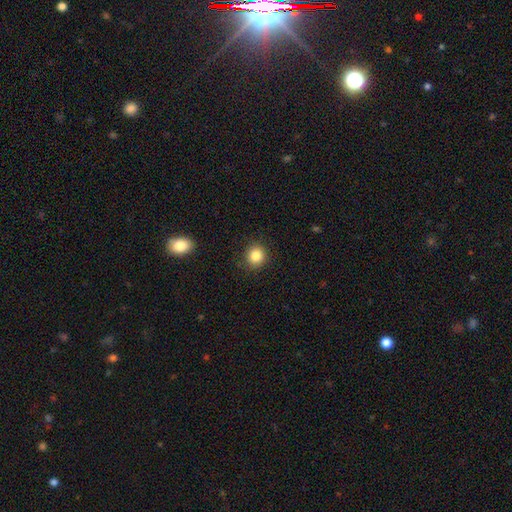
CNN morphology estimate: Overall: smooth (85%). How rounded: round (88%). Merging: none (90%).